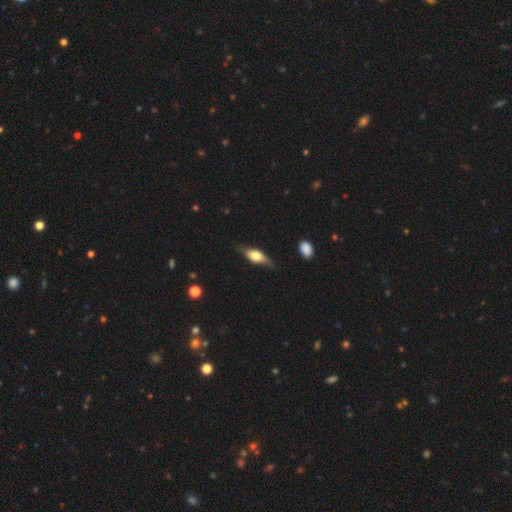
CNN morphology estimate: This is possibly a featured or disk galaxy (48%). Merging: likely none (73%).